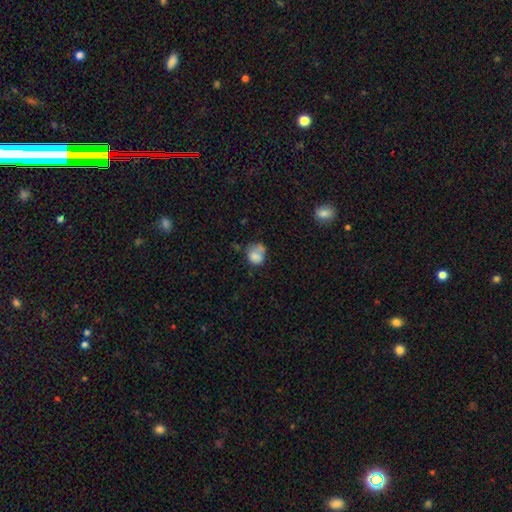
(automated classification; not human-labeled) Overall: smooth (75%). How rounded: round (65%; in between 34%). Merging: none (38%; minor disturbance 27%).